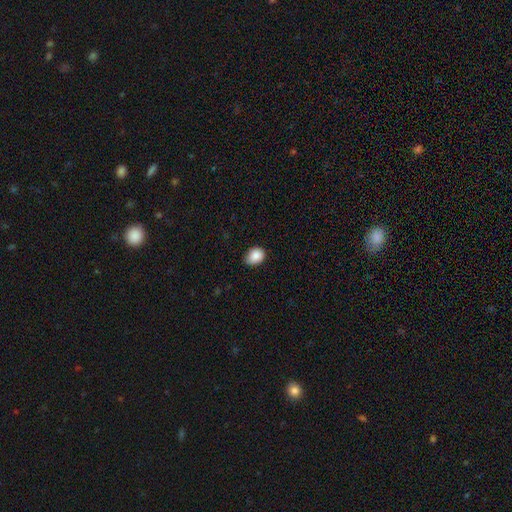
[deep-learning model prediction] This appears to be a smooth galaxy with no disk features (88%) that is in between round and cigar-shaped (55%). Merging: none (73%).